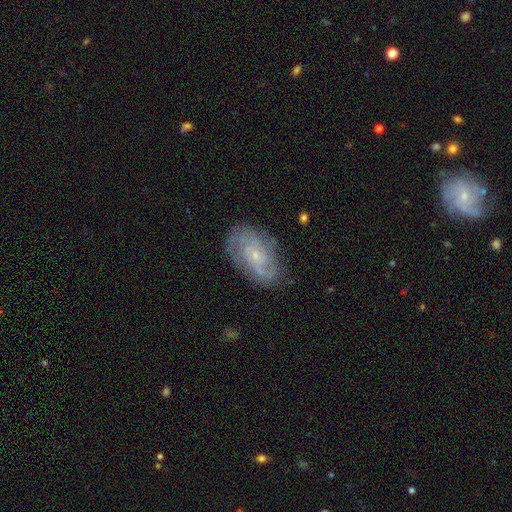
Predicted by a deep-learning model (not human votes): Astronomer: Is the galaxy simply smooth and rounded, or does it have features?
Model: featured or disk — 79%.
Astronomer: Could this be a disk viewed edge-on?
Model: no — 96%.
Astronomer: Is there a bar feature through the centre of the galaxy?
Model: no — 70%.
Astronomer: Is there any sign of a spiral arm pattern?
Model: yes — 92%.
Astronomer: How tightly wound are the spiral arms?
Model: tight — 46% (runner-up: medium, 41%).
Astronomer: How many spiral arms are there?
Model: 2 — 38% (runner-up: can't tell, 30%).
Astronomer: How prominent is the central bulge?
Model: small — 78%.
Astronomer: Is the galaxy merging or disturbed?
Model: none — 74%.